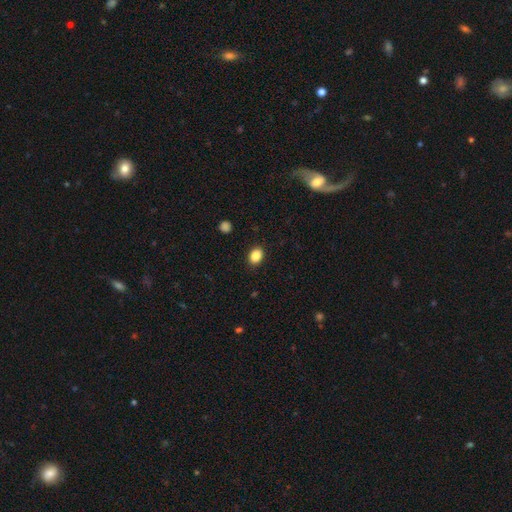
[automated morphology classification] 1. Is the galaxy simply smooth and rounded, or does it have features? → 87% smooth, 9% star or artifact, 4% featured or disk.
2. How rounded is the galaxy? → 71% in between, 28% round, 1% cigar-shaped.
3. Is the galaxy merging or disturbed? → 89% none, 8% minor disturbance, 2% major disturbance, 1% merger.